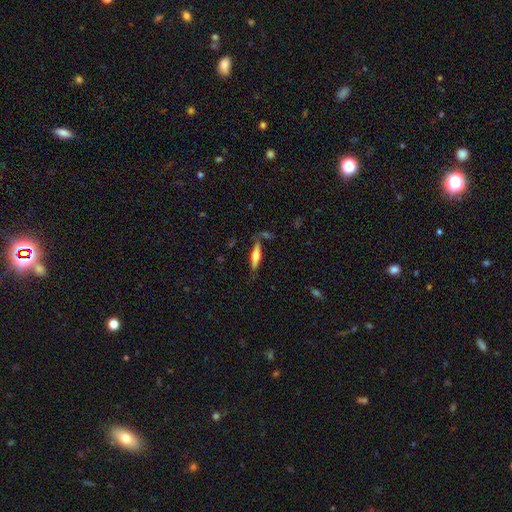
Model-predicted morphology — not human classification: This is possibly a featured or disk galaxy (52%). It is clearly viewed edge-on (94%). Merging: likely none (76%).